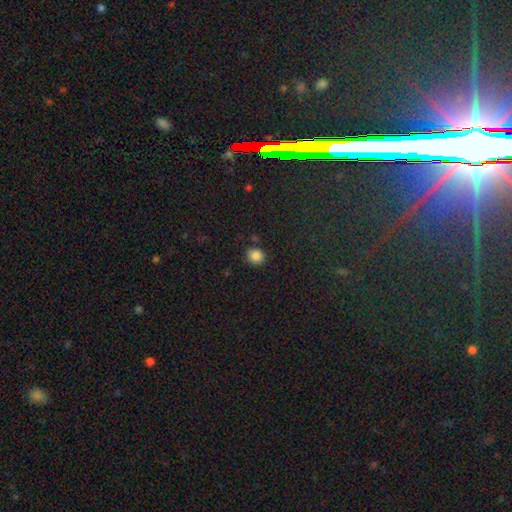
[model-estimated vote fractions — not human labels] A smooth galaxy with no disk features (85%) that is round (80%).

Vote fractions:
- Smooth or featured? smooth: 85% / star or artifact: 11% / featured or disk: 4%
- How rounded? round: 80% / in between: 19% / cigar-shaped: 1%
- Merging? none: 86% / minor disturbance: 9% / merger: 3% / major disturbance: 3%